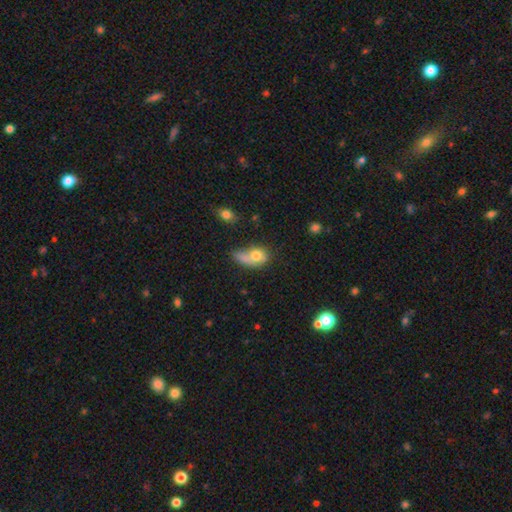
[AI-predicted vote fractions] Smooth or featured?
  - smooth: 71% *
  - featured or disk: 19%
  - star or artifact: 10%
How rounded?
  - in between: 64% *
  - round: 33%
  - cigar-shaped: 4%
Merging?
  - merger: 33% *
  - none: 24%
  - major disturbance: 22%
  - minor disturbance: 20%